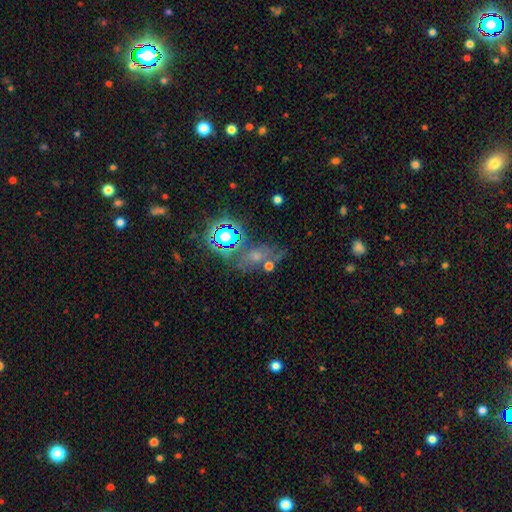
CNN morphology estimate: Smooth or featured?
  - smooth: 46% *
  - star or artifact: 33%
  - featured or disk: 21%
Merging?
  - none: 56% *
  - minor disturbance: 18%
  - merger: 15%
  - major disturbance: 10%